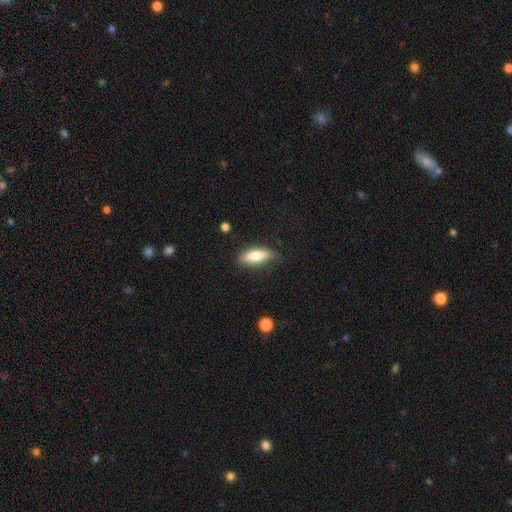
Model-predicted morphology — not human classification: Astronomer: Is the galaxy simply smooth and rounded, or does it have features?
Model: smooth — 68%.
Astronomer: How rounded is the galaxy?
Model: in between — 57% (runner-up: cigar-shaped, 41%).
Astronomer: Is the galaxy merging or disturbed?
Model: none — 82%.